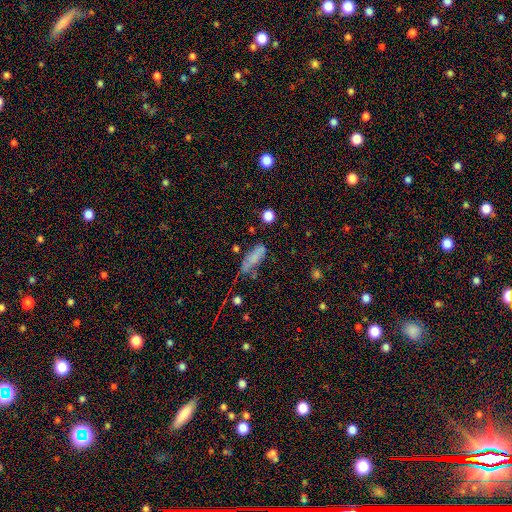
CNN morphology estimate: A smooth galaxy with no disk features (71%) that is in between round and cigar-shaped (61%).

Vote fractions:
- Smooth or featured? smooth: 71% / featured or disk: 18% / star or artifact: 12%
- How rounded? in between: 61% / cigar-shaped: 36% / round: 4%
- Merging? none: 43% / minor disturbance: 29% / major disturbance: 18% / merger: 10%